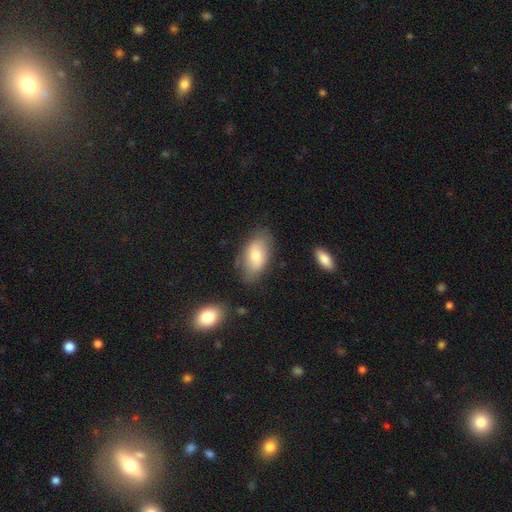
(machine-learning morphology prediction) Q: Smooth or featured?
A: smooth (69%); runner-up: featured or disk (24%)
Q: How rounded?
A: in between (93%); runner-up: round (4%)
Q: Merging?
A: none (73%); runner-up: minor disturbance (19%)